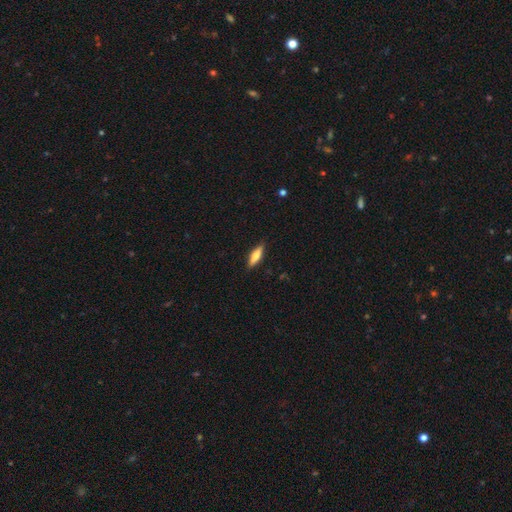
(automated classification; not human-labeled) Overall: smooth (59%; featured or disk 34%). How rounded: cigar-shaped (62%; in between 36%). Merging: none (88%).